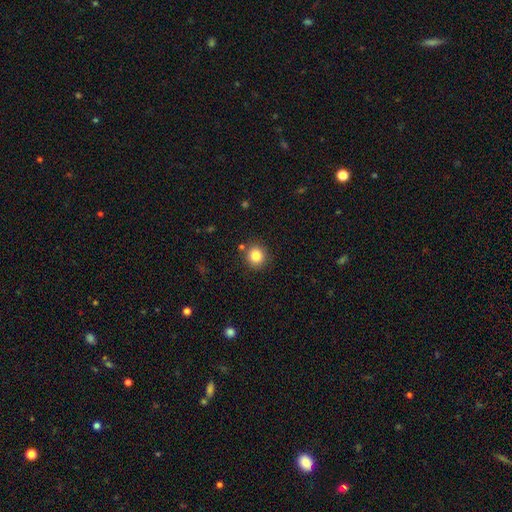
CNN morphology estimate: smooth_or_featured: smooth (p=0.83) [alt: star or artifact p=0.11]
how_rounded: round (p=0.89) [alt: in between p=0.10]
merging: none (p=0.86) [alt: minor disturbance p=0.08]